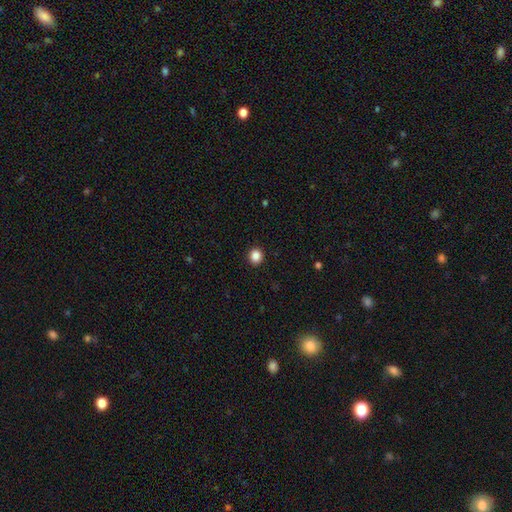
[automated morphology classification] Overall: smooth (87%). How rounded: round (86%). Merging: none (93%).